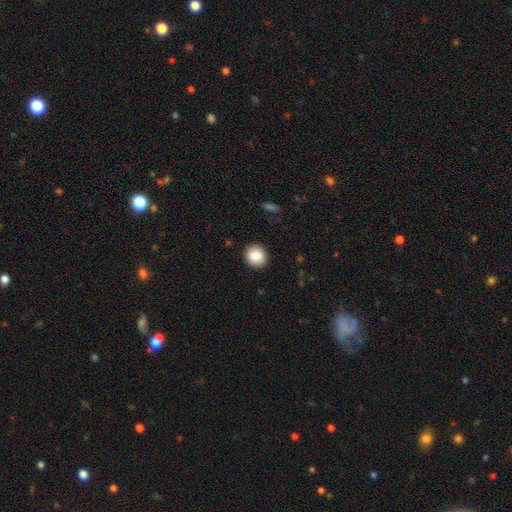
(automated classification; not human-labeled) This appears to be a smooth galaxy with no disk features (87%) that is round (84%). Merging: none (91%).